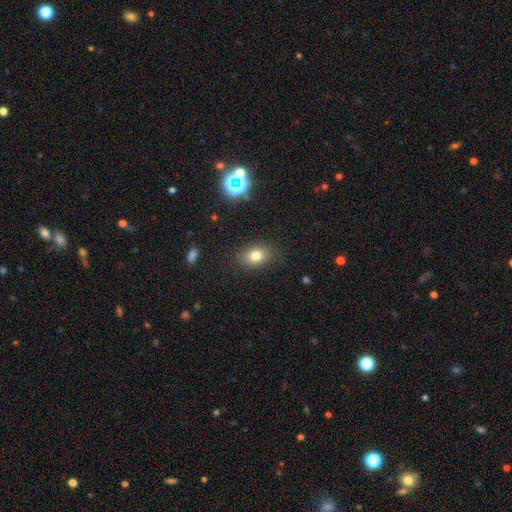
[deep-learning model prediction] smooth_or_featured: smooth (p=0.77) [alt: star or artifact p=0.12]
how_rounded: in between (p=0.77) [alt: round p=0.22]
merging: none (p=0.84) [alt: minor disturbance p=0.11]